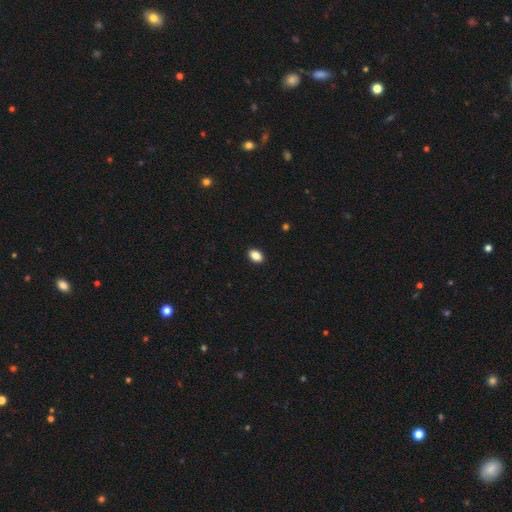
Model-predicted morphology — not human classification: A smooth galaxy with no disk features (88%) that is in between round and cigar-shaped (81%). Merging: none (91%).